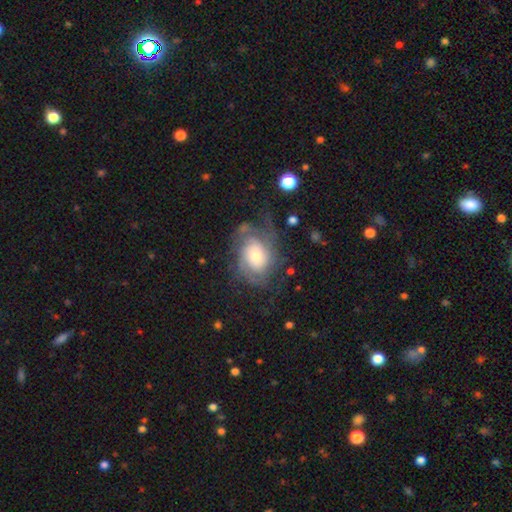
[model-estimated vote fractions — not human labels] This is likely a featured or disk galaxy (74%). It is clearly not viewed edge-on (97%). Bar: likely no (74%). Spiral arm pattern: clearly yes (89%). Spiral arm count: marginally can't tell (39%). Spiral winding: possibly tight (50%). Central bulge: possibly moderate (47%). Merging: possibly none (56%).